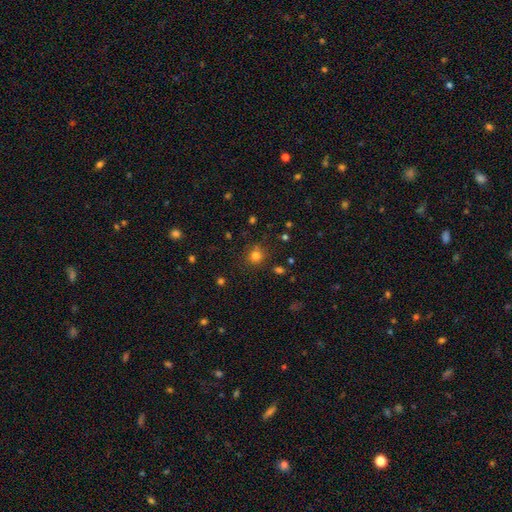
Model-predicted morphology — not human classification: Smooth or featured? smooth (78%)
How rounded? round (88%)
Merging? none (82%)